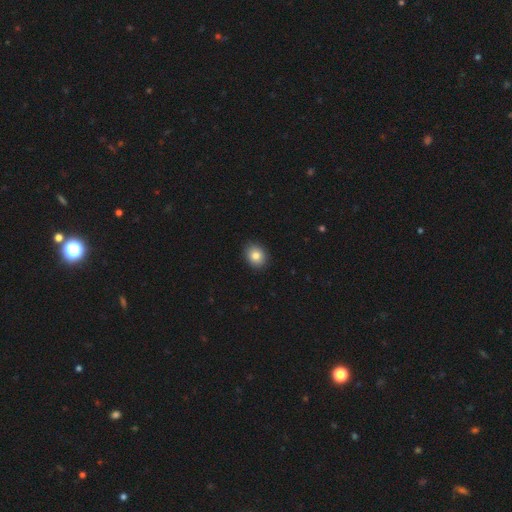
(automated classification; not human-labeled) Overall: smooth (82%). How rounded: round (55%; in between 44%). Merging: none (90%).